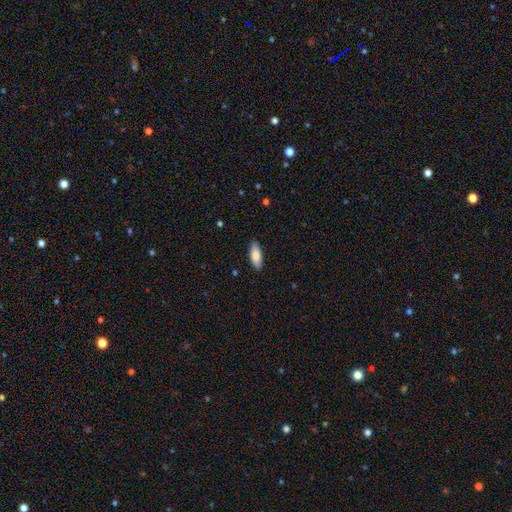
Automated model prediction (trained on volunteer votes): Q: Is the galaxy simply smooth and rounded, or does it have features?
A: smooth — 82%.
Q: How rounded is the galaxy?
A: in between — 77%.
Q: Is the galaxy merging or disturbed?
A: none — 89%.